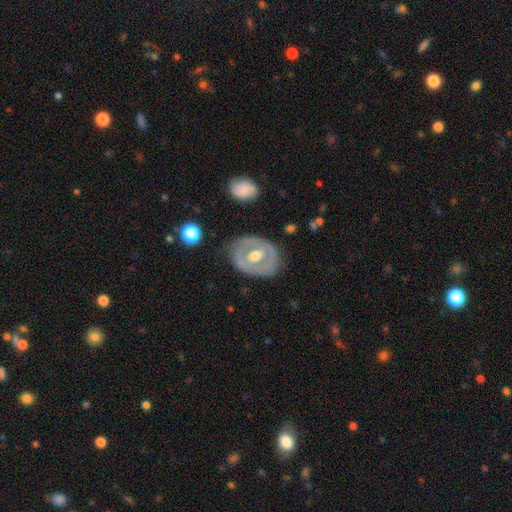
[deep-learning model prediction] This is likely a featured or disk galaxy (65%). It is clearly not viewed edge-on (94%). Bar: possibly no (58%). Spiral arm pattern: likely no (76%). Central bulge: likely moderate (72%). Merging: likely none (75%).